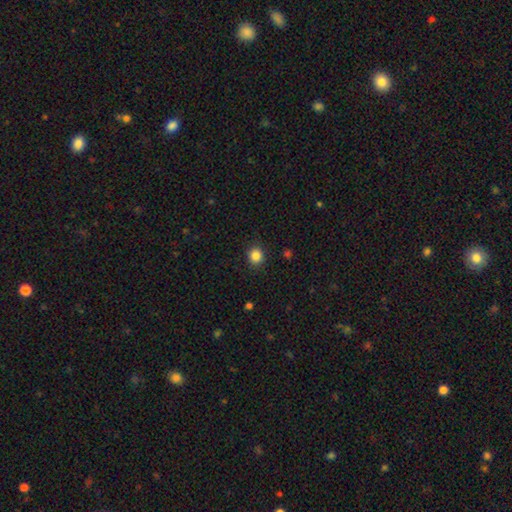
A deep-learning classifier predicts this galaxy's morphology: smooth_or_featured: smooth (p=0.85) [alt: star or artifact p=0.11]
how_rounded: round (p=0.88) [alt: in between p=0.11]
merging: none (p=0.90) [alt: minor disturbance p=0.07]